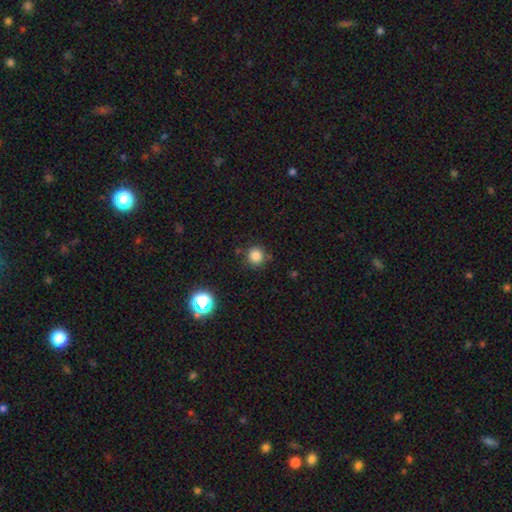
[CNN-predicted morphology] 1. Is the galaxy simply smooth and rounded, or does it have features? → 82% smooth, 14% star or artifact, 4% featured or disk.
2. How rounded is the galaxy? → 92% round, 7% in between, 1% cigar-shaped.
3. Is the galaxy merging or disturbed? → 83% none, 10% minor disturbance, 3% merger, 3% major disturbance.